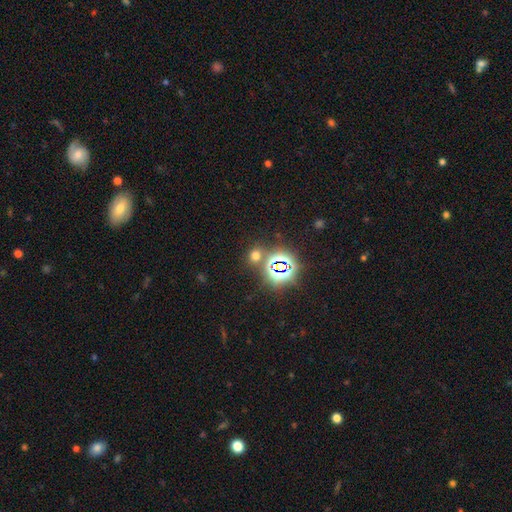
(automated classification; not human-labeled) Morphology: type=smooth (51%); roundness=round (72%); merging=none (73%).